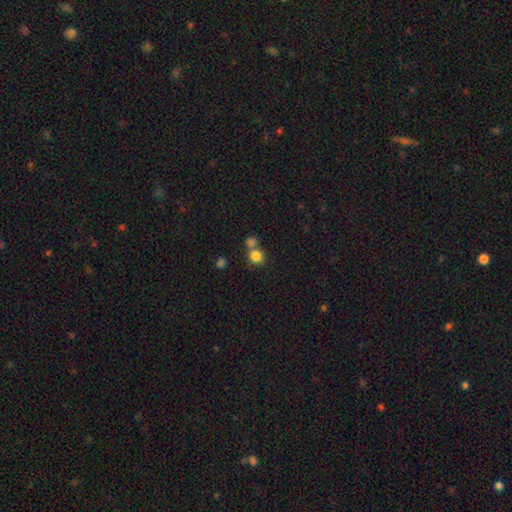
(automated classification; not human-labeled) This is clearly a smooth galaxy (83%). How rounded: clearly round (85%). Merging: possibly none (51%).